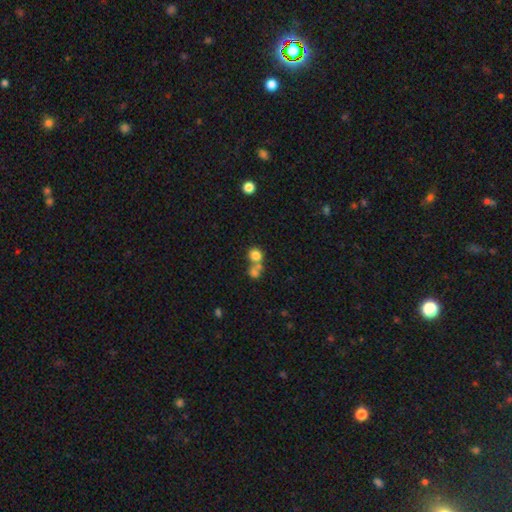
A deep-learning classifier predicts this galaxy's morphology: Smooth or featured? Predicted: smooth (p=0.77). How rounded? Predicted: round (p=0.82). Merging? Predicted: merger (p=0.46).